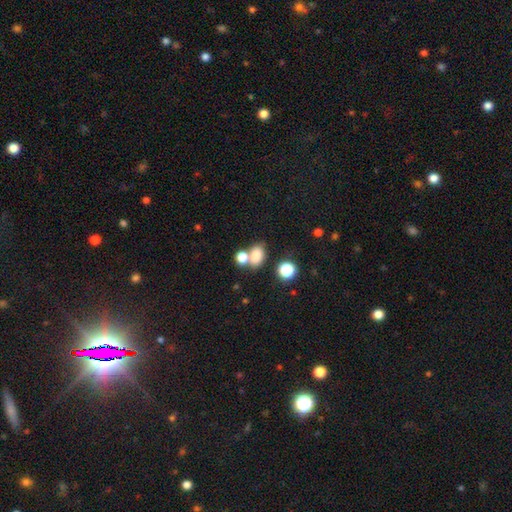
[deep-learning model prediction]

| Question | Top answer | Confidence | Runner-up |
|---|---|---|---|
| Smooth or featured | smooth | 79% | star or artifact (13%) |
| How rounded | in between | 70% | round (28%) |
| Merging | none | 49% | merger (35%) |